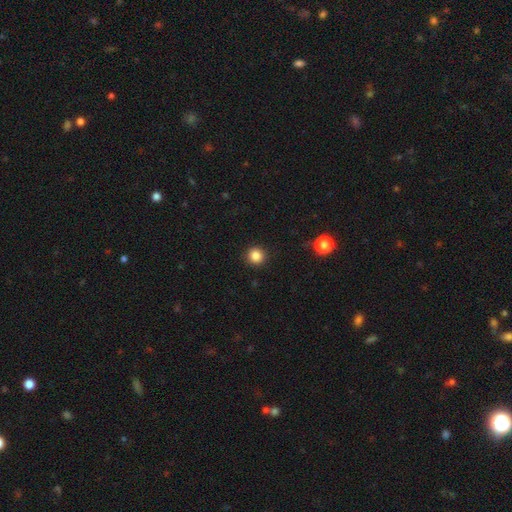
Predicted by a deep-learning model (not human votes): This appears to be a smooth galaxy with no disk features (85%) that is round (94%). Merging: none (92%).